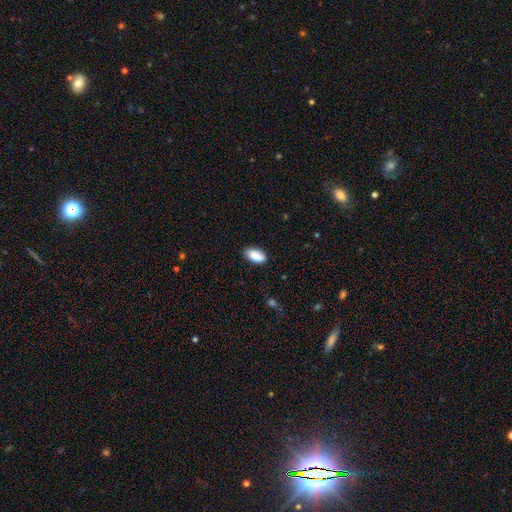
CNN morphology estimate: smooth-or-featured: smooth: 89% | star or artifact: 6% | featured or disk: 4%
  how-rounded: in between: 91% | cigar-shaped: 6% | round: 3%
  merging: none: 84% | minor disturbance: 12% | major disturbance: 2% | merger: 1%